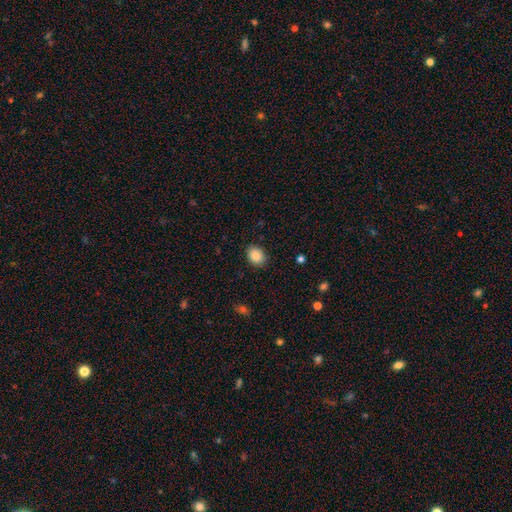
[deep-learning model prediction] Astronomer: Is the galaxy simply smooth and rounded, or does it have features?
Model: smooth — 88%.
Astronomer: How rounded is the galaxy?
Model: in between — 57% (runner-up: round, 42%).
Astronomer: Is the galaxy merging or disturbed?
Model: none — 86%.